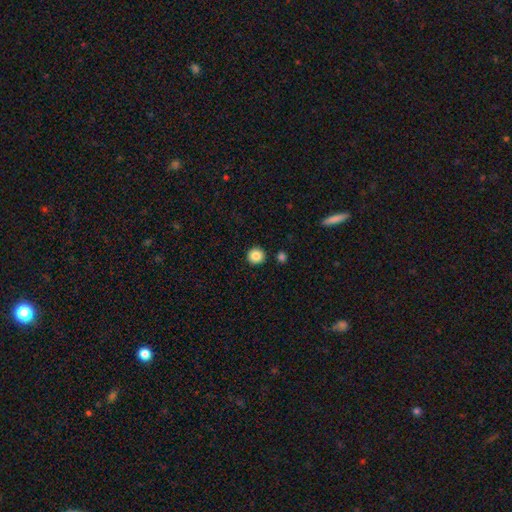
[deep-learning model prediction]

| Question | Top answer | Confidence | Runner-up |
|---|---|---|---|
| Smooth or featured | smooth | 86% | star or artifact (10%) |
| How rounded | round | 95% | in between (4%) |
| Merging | none | 91% | minor disturbance (5%) |